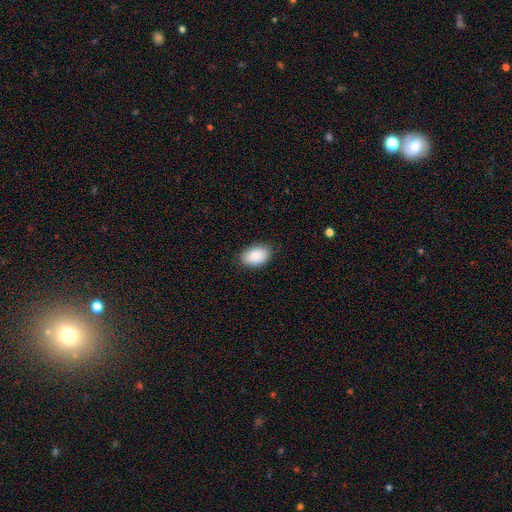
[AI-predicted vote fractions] This appears to be a smooth galaxy with no disk features (89%) that is in between round and cigar-shaped (90%). Merging: none (84%).